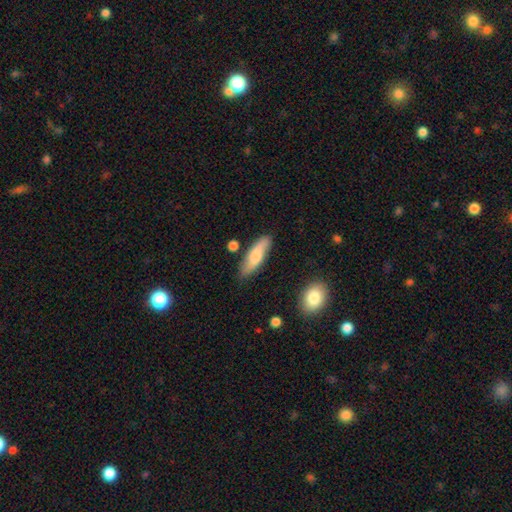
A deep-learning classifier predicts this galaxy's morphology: smooth_or_featured: smooth (p=0.67) [alt: featured or disk p=0.27]
how_rounded: cigar-shaped (p=0.51) [alt: in between p=0.46]
merging: none (p=0.79) [alt: minor disturbance p=0.15]